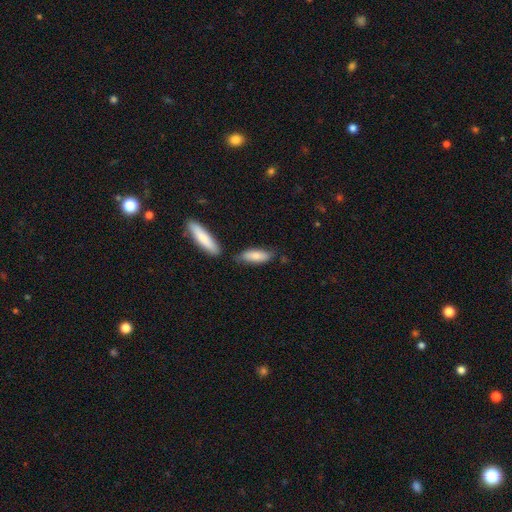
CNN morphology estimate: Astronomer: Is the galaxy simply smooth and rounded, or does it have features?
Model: smooth — 78%.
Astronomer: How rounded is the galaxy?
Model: in between — 59% (runner-up: cigar-shaped, 39%).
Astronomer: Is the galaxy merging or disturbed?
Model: none — 65%.